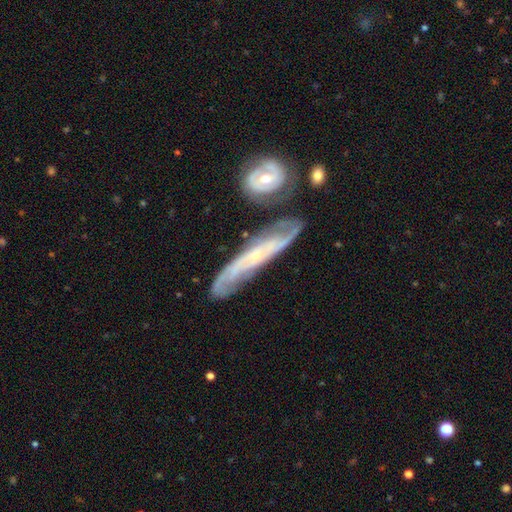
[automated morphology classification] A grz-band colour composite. It shows a featured or disk galaxy (81%) with no bar (58%), 2 (51%) tight (50%) spiral arms (94%) and a small central bulge (76%). Merging: none (64%).